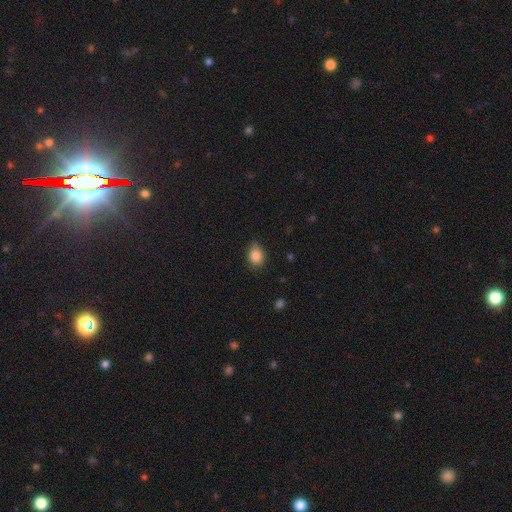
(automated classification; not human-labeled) A smooth galaxy with no disk features (86%) that is in between round and cigar-shaped (61%).

Vote fractions:
- Smooth or featured? smooth: 86% / star or artifact: 9% / featured or disk: 5%
- How rounded? in between: 61% / round: 38% / cigar-shaped: 1%
- Merging? none: 78% / minor disturbance: 18% / major disturbance: 3% / merger: 1%